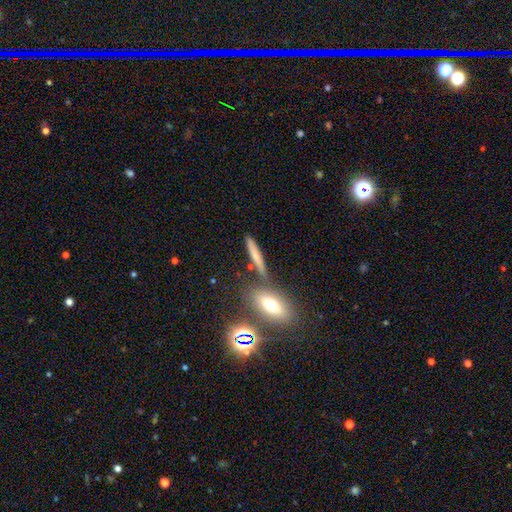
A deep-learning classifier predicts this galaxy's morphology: Smooth or featured: smooth — 61% (featured or disk — 27%)
How rounded: cigar-shaped — 82% (in between — 13%)
Merging: none — 73% (minor disturbance — 12%)